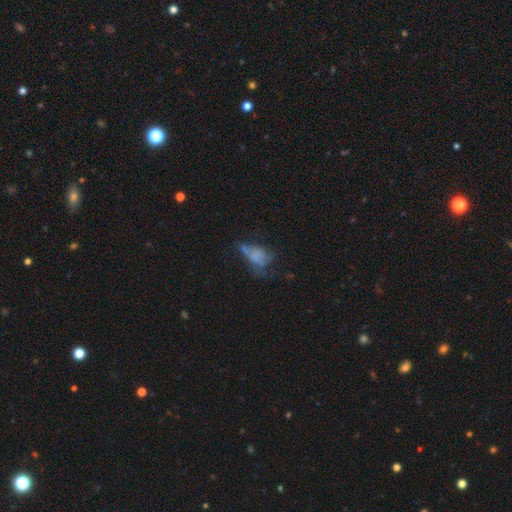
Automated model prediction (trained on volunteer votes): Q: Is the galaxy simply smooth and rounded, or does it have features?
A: smooth — 48%.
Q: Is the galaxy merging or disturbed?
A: major disturbance — 37%.